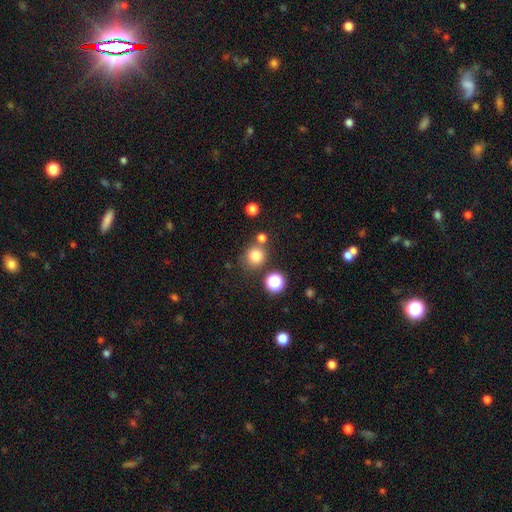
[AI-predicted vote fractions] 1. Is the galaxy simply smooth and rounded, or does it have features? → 80% smooth, 14% star or artifact, 6% featured or disk.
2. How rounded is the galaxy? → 87% round, 12% in between, 1% cigar-shaped.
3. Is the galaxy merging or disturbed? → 71% none, 14% merger, 11% minor disturbance, 4% major disturbance.